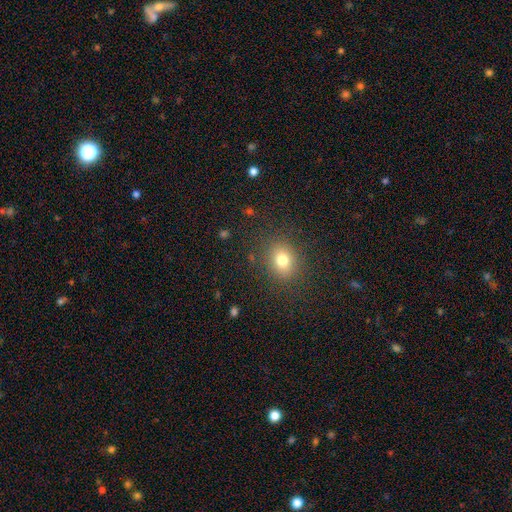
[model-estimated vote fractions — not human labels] Smooth or featured: smooth — 73% (star or artifact — 20%)
How rounded: round — 65% (in between — 34%)
Merging: none — 90% (minor disturbance — 6%)